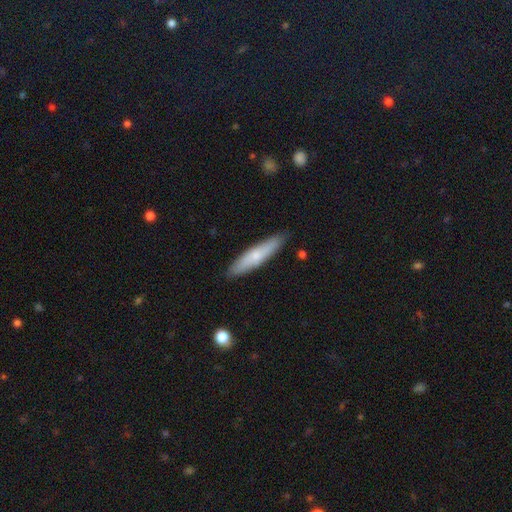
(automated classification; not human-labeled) A smooth galaxy with no disk features (64%) that is cigar-shaped (85%).

Vote fractions:
- Smooth or featured? smooth: 64% / featured or disk: 31% / star or artifact: 6%
- How rounded? cigar-shaped: 85% / in between: 14% / round: 1%
- Merging? none: 88% / minor disturbance: 9% / major disturbance: 2% / merger: 1%